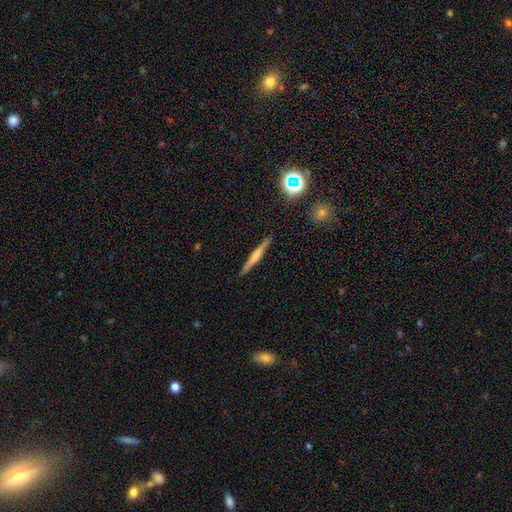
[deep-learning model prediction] A featured or disk galaxy (53%) viewed edge-on (97%) with a rounded central bulge (57%). Merging: none (91%).